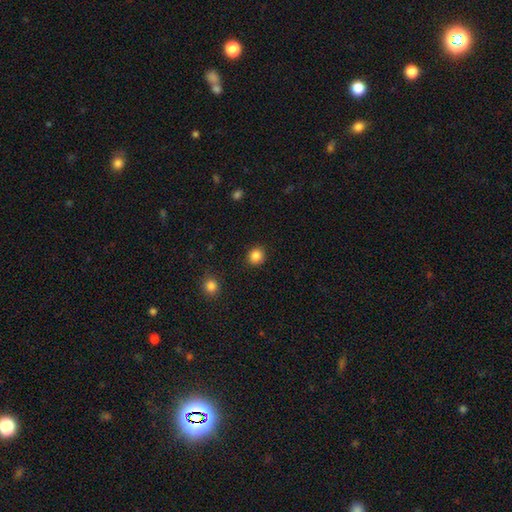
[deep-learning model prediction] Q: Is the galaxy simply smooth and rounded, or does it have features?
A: smooth — 86%.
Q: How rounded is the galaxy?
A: round — 88%.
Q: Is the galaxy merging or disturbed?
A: none — 91%.